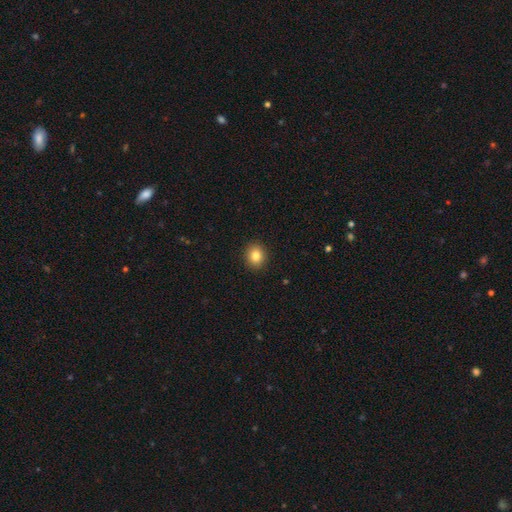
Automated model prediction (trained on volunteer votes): Smooth or featured?
  - smooth: 84% *
  - star or artifact: 10%
  - featured or disk: 6%
How rounded?
  - round: 71% *
  - in between: 28%
  - cigar-shaped: 1%
Merging?
  - none: 92% *
  - minor disturbance: 6%
  - major disturbance: 2%
  - merger: 1%